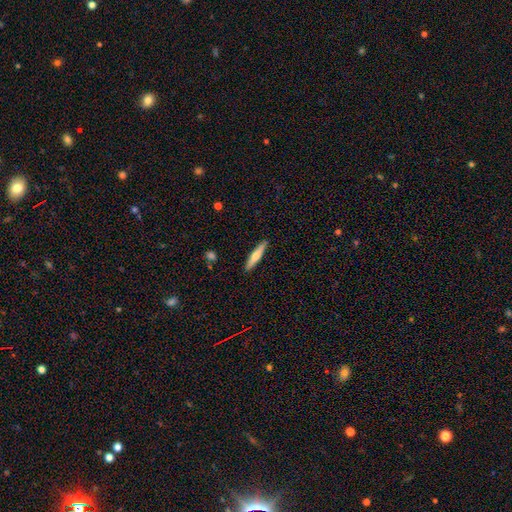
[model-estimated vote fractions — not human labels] smooth-or-featured: smooth: 54% | featured or disk: 41% | star or artifact: 5%
  how-rounded: cigar-shaped: 88% | in between: 10% | round: 2%
  merging: none: 91% | minor disturbance: 7% | major disturbance: 1% | merger: 1%